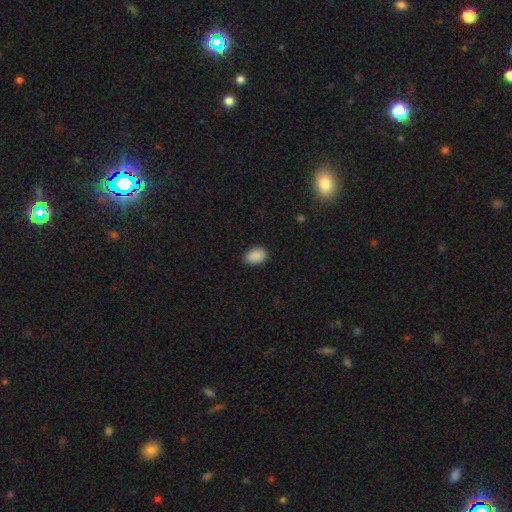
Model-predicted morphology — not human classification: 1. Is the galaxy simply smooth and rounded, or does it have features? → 90% smooth, 8% star or artifact, 2% featured or disk.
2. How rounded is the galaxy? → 83% in between, 16% round, 1% cigar-shaped.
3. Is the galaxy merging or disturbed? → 88% none, 9% minor disturbance, 2% major disturbance, 1% merger.